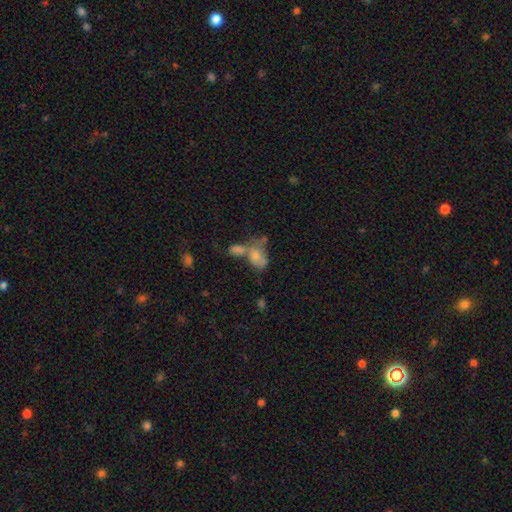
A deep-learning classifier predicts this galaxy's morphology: A smooth galaxy with no disk features (65%) that is in between round and cigar-shaped (83%). Merging: merger (57%).